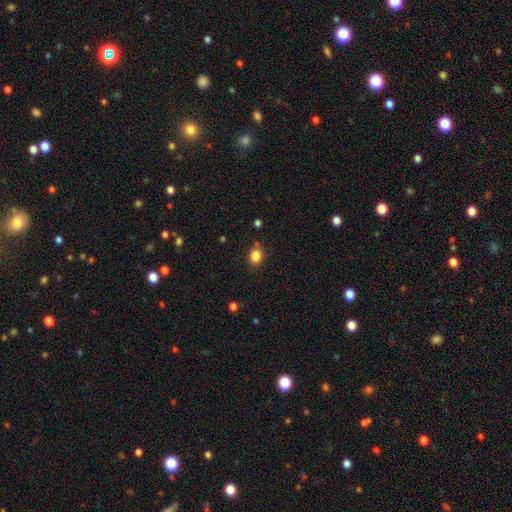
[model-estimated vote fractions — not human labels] This appears to be a smooth galaxy with no disk features (84%) that is in between round and cigar-shaped (51%). Merging: none (80%).